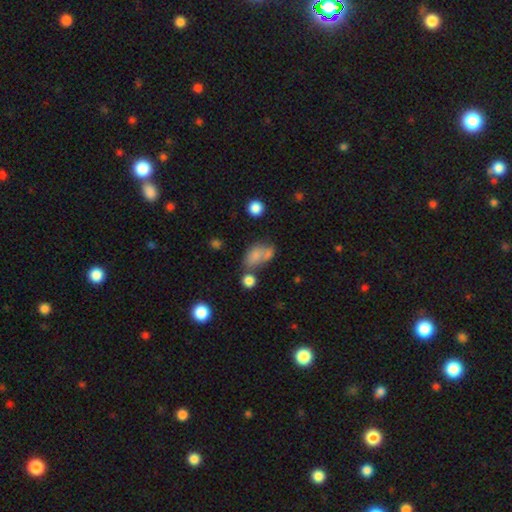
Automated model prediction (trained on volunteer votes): Q: Smooth or featured?
A: smooth (72%); runner-up: featured or disk (16%)
Q: How rounded?
A: in between (79%); runner-up: round (19%)
Q: Merging?
A: merger (38%); runner-up: none (32%)